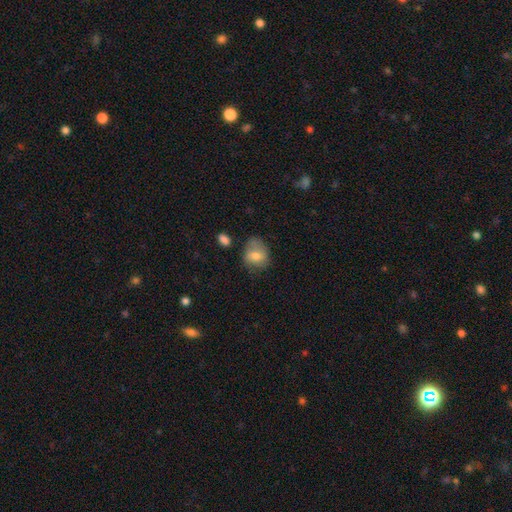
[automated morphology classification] Q: Smooth or featured?
A: smooth (73%); runner-up: featured or disk (19%)
Q: How rounded?
A: in between (50%); runner-up: round (49%)
Q: Merging?
A: none (54%); runner-up: minor disturbance (30%)